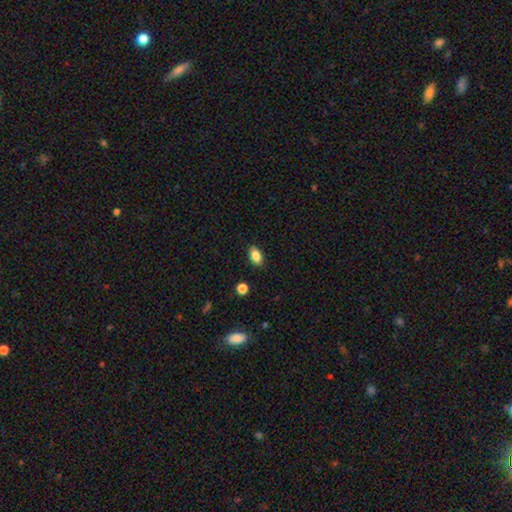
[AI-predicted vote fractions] A smooth galaxy with no disk features (85%) that is in between round and cigar-shaped (90%). Merging: none (87%).